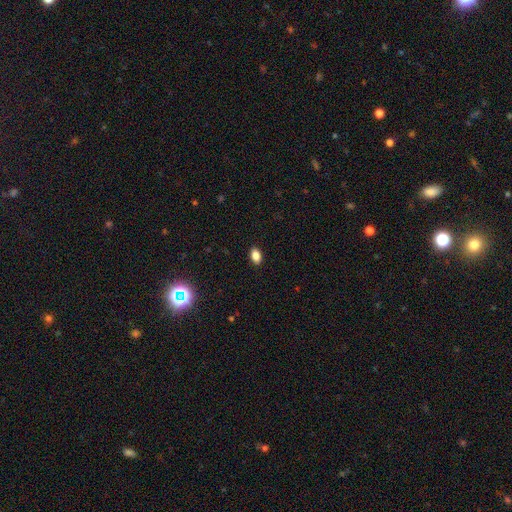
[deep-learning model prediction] smooth_or_featured: smooth (p=0.85) [alt: star or artifact p=0.10]
how_rounded: in between (p=0.88) [alt: round p=0.09]
merging: none (p=0.89) [alt: minor disturbance p=0.08]